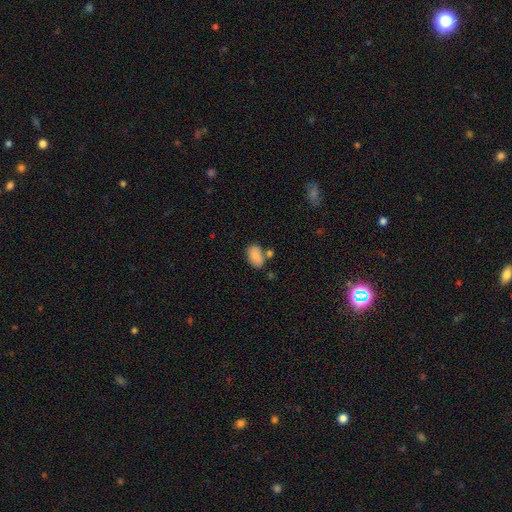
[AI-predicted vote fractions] Q: Smooth or featured?
A: smooth (84%); runner-up: featured or disk (8%)
Q: How rounded?
A: in between (91%); runner-up: round (7%)
Q: Merging?
A: none (58%); runner-up: merger (19%)